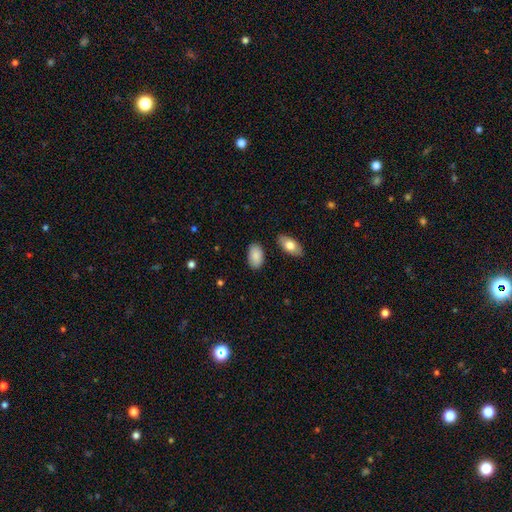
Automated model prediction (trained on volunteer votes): Overall: smooth (87%). How rounded: in between (94%). Merging: none (83%).